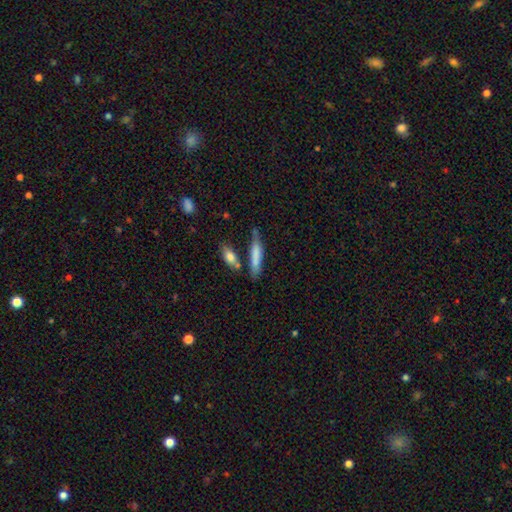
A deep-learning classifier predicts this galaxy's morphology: This is likely a smooth galaxy (73%). How rounded: likely cigar-shaped (79%). Merging: possibly none (56%).